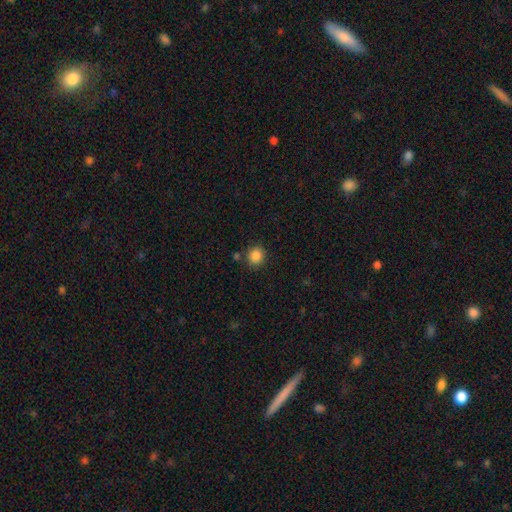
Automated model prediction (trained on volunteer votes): smooth-or-featured: smooth: 87% | star or artifact: 10% | featured or disk: 3%
  how-rounded: round: 83% | in between: 16% | cigar-shaped: 1%
  merging: none: 83% | minor disturbance: 9% | merger: 5% | major disturbance: 3%